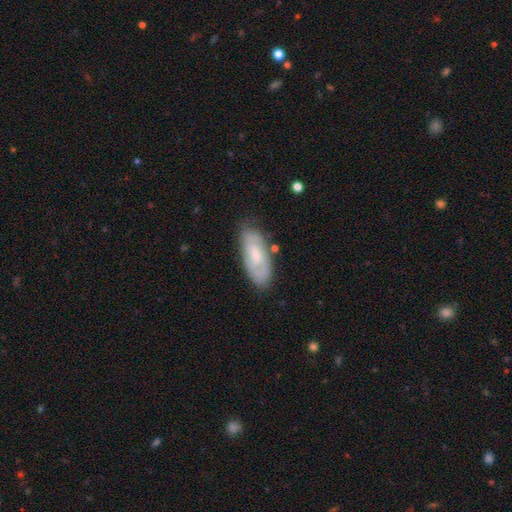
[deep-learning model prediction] featured or disk 50%, smooth 43%, star or artifact 7%. Down the decision tree: edge-on disk — no (87%); merging — none (73%).